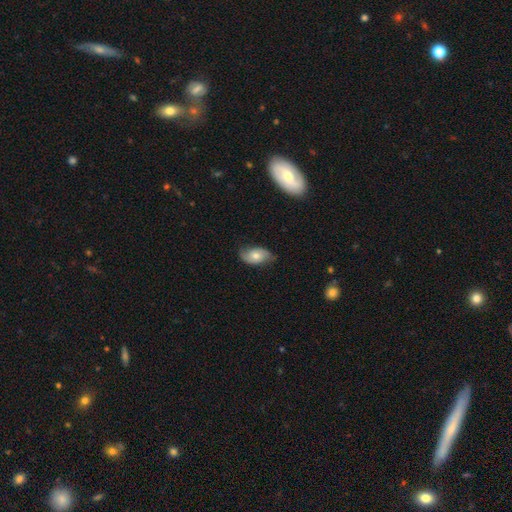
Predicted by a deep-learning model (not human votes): A featured or disk galaxy (50%). Merging: none (69%).